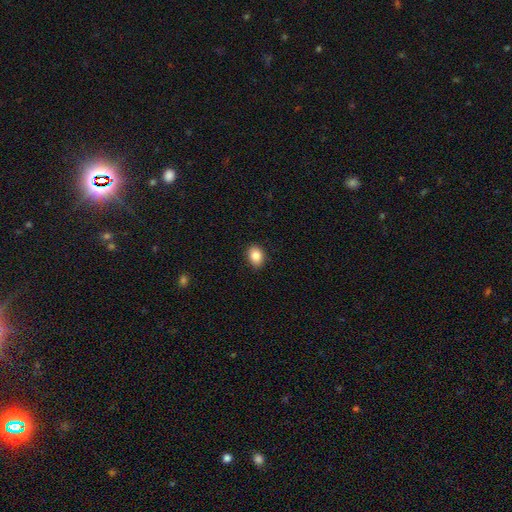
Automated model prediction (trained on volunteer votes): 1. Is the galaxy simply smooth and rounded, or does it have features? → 85% smooth, 9% star or artifact, 6% featured or disk.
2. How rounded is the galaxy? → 68% in between, 31% round, 1% cigar-shaped.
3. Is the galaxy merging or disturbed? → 89% none, 9% minor disturbance, 2% major disturbance, 1% merger.